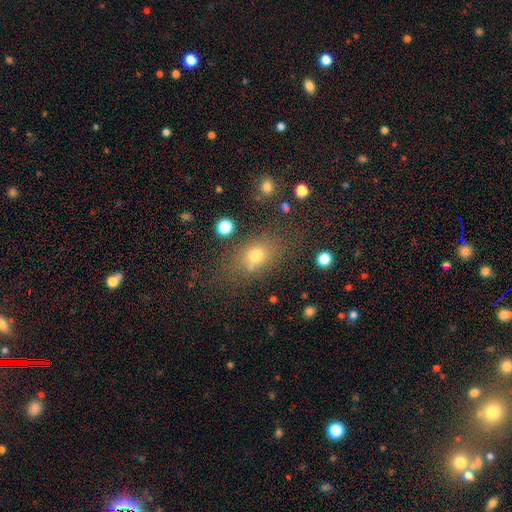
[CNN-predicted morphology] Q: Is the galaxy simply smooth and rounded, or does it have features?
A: smooth — 71%.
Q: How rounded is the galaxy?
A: in between — 63%.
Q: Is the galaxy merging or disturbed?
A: none — 68%.